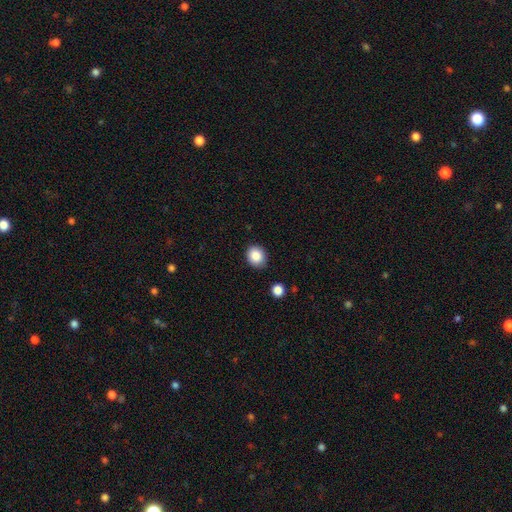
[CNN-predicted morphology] smooth_or_featured: smooth (p=0.88) [alt: star or artifact p=0.09]
how_rounded: round (p=0.64) [alt: in between p=0.36]
merging: none (p=0.85) [alt: minor disturbance p=0.10]